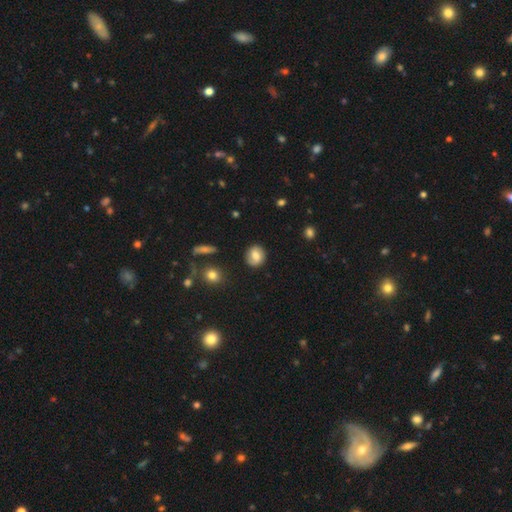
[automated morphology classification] Smooth or featured?
  - smooth: 70% *
  - featured or disk: 21%
  - star or artifact: 8%
How rounded?
  - round: 77% *
  - in between: 22%
  - cigar-shaped: 1%
Merging?
  - none: 85% *
  - minor disturbance: 10%
  - major disturbance: 3%
  - merger: 2%